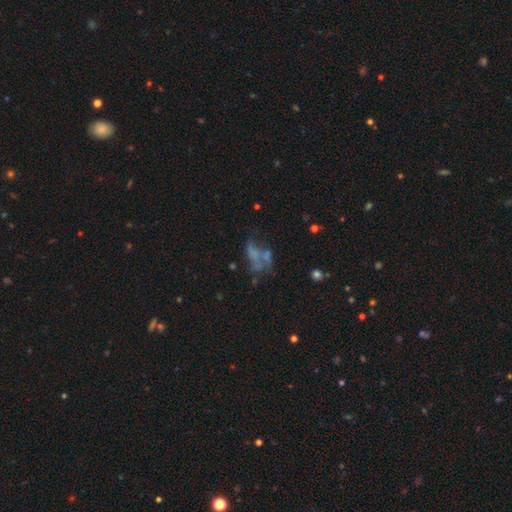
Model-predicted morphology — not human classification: Smooth or featured?
  - featured or disk: 47% *
  - smooth: 33%
  - star or artifact: 20%
Merging?
  - major disturbance: 32% *
  - none: 29%
  - merger: 23%
  - minor disturbance: 16%